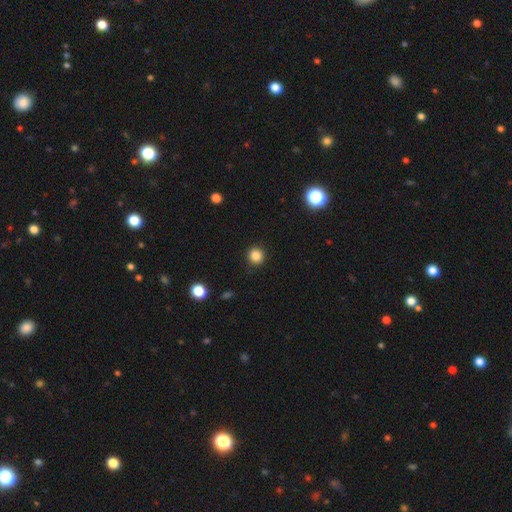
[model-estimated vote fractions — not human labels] smooth 85%, star or artifact 12%, featured or disk 4%. Down the decision tree: how rounded — round (92%); merging — none (91%).